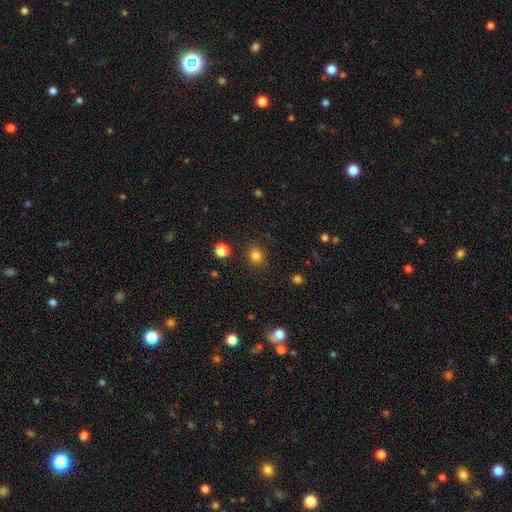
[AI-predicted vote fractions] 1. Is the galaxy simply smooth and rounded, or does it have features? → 82% smooth, 13% star or artifact, 5% featured or disk.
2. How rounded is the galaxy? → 82% round, 18% in between, 1% cigar-shaped.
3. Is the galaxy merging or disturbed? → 88% none, 7% minor disturbance, 3% major disturbance, 2% merger.